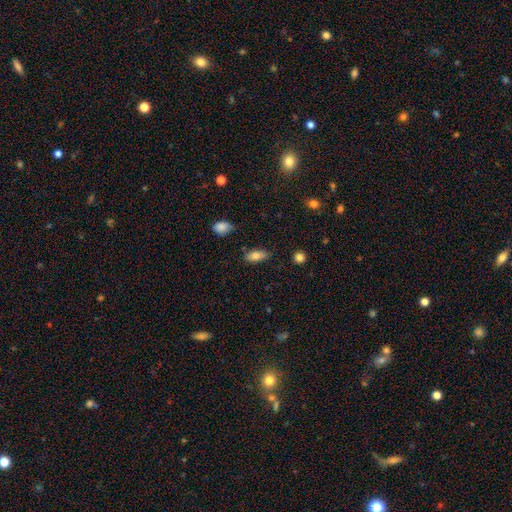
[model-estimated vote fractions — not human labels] A smooth galaxy with no disk features (80%) that is in between round and cigar-shaped (86%).

Vote fractions:
- Smooth or featured? smooth: 80% / featured or disk: 12% / star or artifact: 8%
- How rounded? in between: 86% / cigar-shaped: 11% / round: 3%
- Merging? none: 79% / minor disturbance: 16% / major disturbance: 3% / merger: 2%